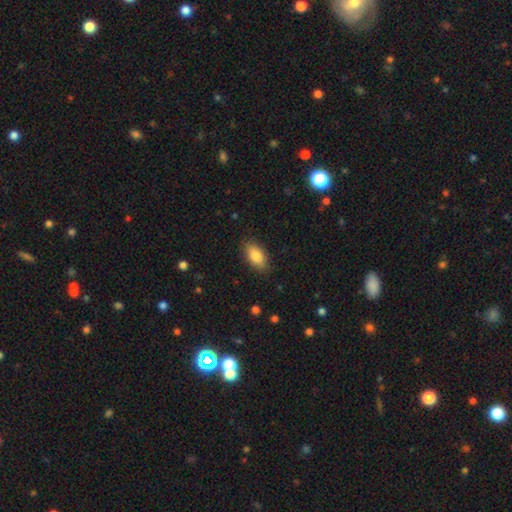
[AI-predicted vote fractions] A smooth galaxy with no disk features (84%) that is in between round and cigar-shaped (89%). Merging: none (85%).